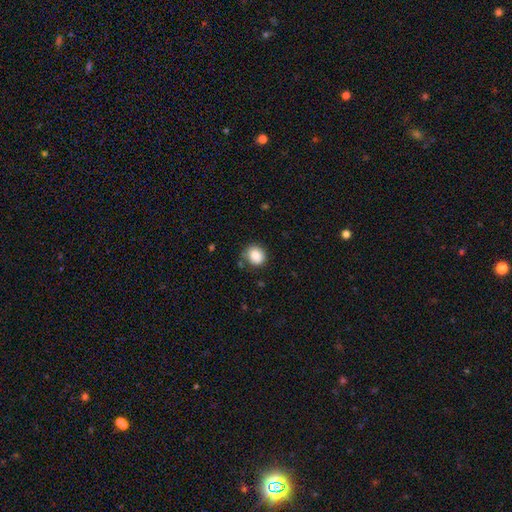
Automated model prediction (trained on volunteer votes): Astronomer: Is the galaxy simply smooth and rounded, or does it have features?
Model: smooth — 86%.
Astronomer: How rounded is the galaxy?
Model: round — 70%.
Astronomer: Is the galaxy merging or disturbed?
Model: none — 77%.